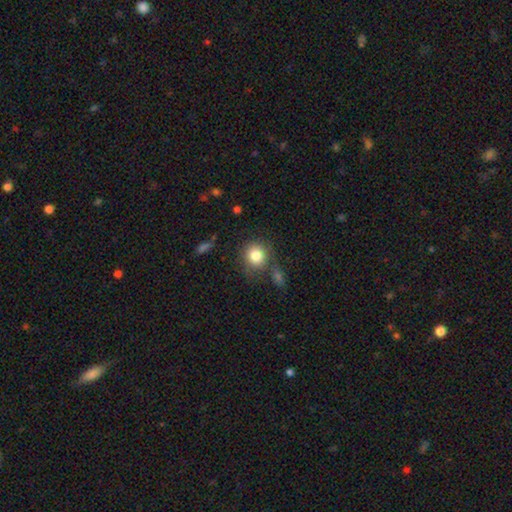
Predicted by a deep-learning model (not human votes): smooth-or-featured: smooth: 83% | star or artifact: 9% | featured or disk: 8%
  how-rounded: round: 87% | in between: 12% | cigar-shaped: 1%
  merging: none: 69% | minor disturbance: 14% | merger: 12% | major disturbance: 6%